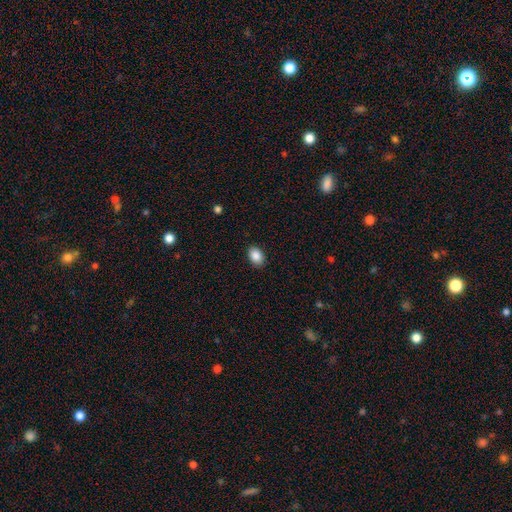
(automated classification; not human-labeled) Smooth or featured?
  - smooth: 88% *
  - star or artifact: 8%
  - featured or disk: 4%
How rounded?
  - in between: 76% *
  - round: 23%
  - cigar-shaped: 1%
Merging?
  - none: 89% *
  - minor disturbance: 8%
  - major disturbance: 2%
  - merger: 1%